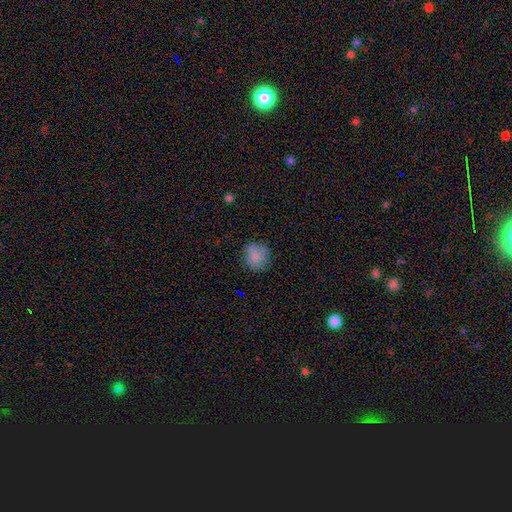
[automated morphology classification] Overall: smooth (79%). How rounded: round (82%). Merging: none (73%).